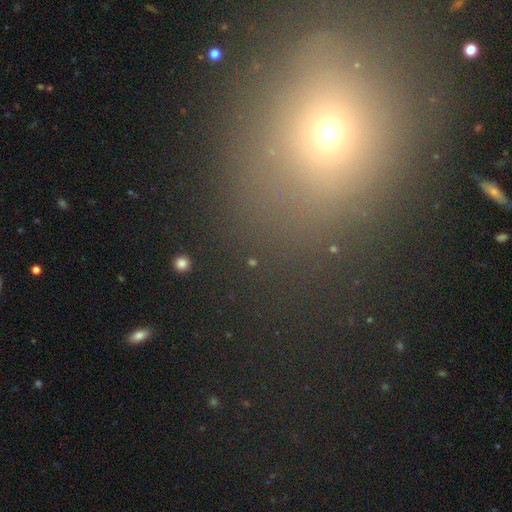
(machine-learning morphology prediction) A smooth galaxy with no disk features (50%) that is round (71%). Merging: none (78%).